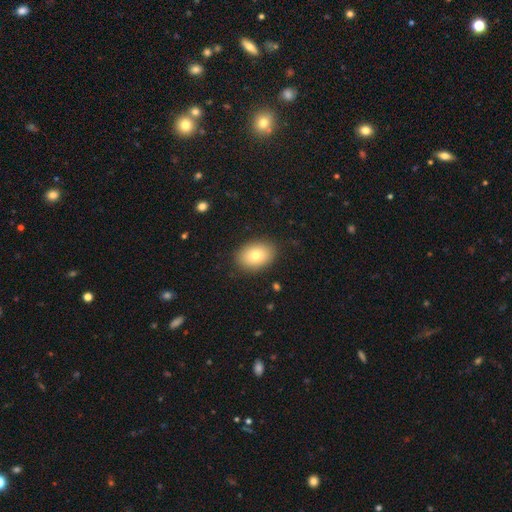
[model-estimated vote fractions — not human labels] smooth-or-featured: smooth: 77% | featured or disk: 13% | star or artifact: 9%
  how-rounded: in between: 76% | round: 23% | cigar-shaped: 1%
  merging: none: 88% | minor disturbance: 9% | major disturbance: 3% | merger: 1%